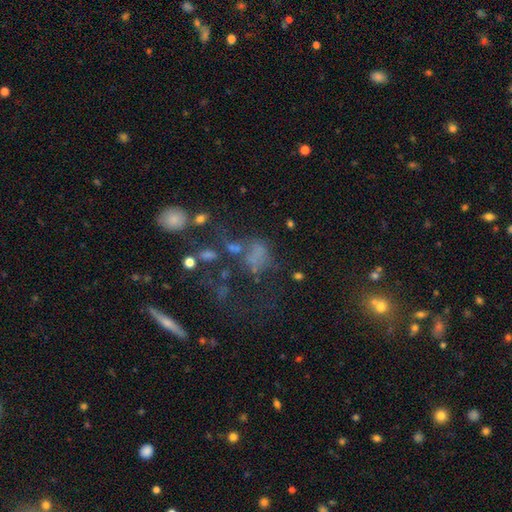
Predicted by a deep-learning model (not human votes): This appears to be a smooth galaxy with no disk features (50%). Merging: none (34%).